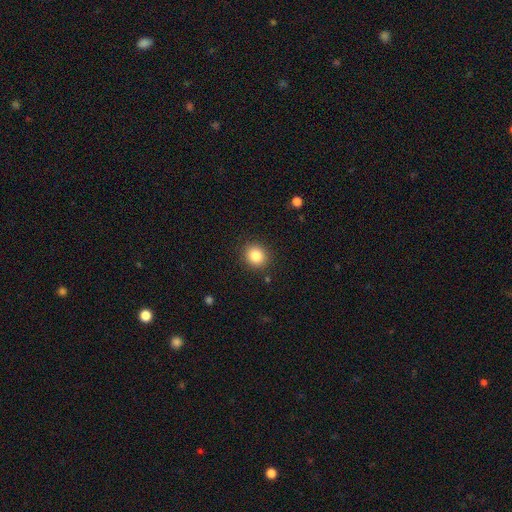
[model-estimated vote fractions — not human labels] smooth-or-featured: smooth: 84% | star or artifact: 10% | featured or disk: 6%
  how-rounded: round: 81% | in between: 18% | cigar-shaped: 1%
  merging: none: 89% | minor disturbance: 7% | major disturbance: 2% | merger: 1%